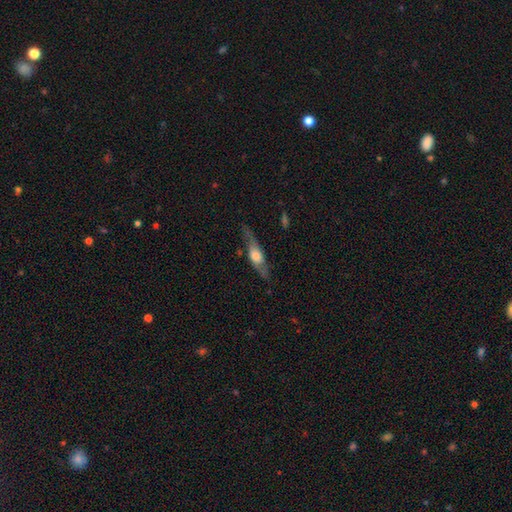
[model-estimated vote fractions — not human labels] featured or disk 63%, smooth 31%, star or artifact 6%. Down the decision tree: edge-on disk — yes (78%); merging — none (71%).